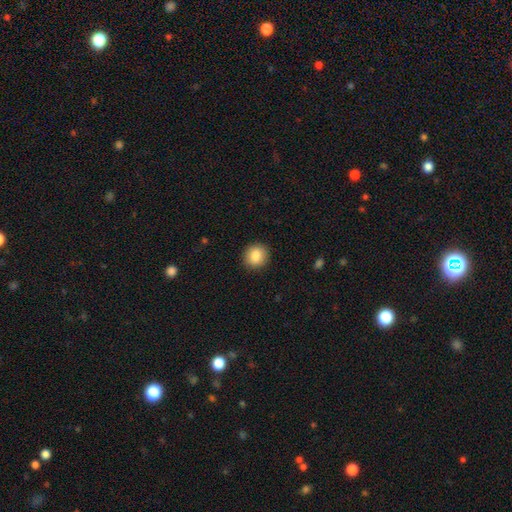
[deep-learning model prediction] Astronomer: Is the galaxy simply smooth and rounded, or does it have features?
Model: smooth — 87%.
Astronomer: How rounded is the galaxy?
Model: round — 81%.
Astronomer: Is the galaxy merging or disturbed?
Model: none — 90%.